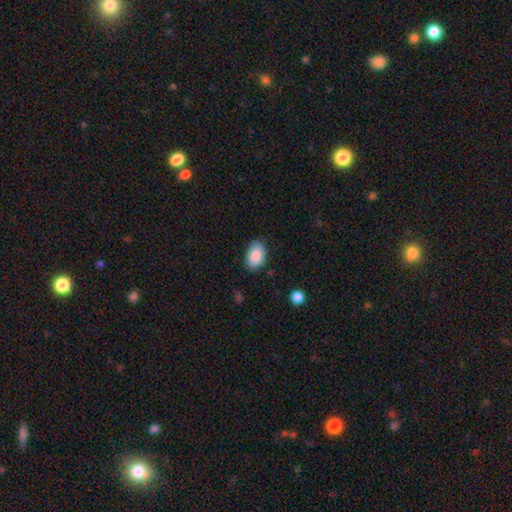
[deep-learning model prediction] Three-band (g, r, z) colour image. It shows a smooth galaxy with no disk features (87%) that is in between round and cigar-shaped (89%). Merging: none (82%).